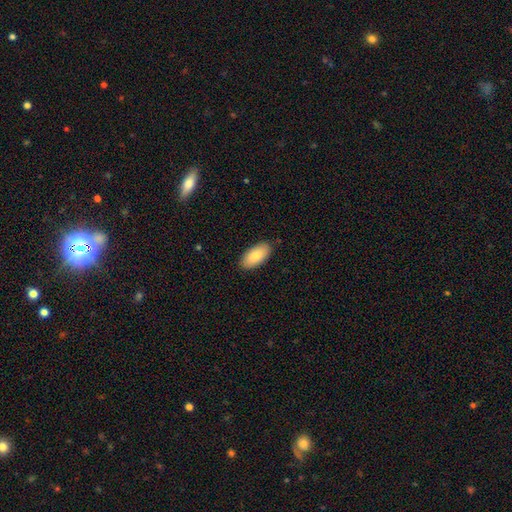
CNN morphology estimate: This is clearly a smooth galaxy (86%). How rounded: clearly in between (94%). Merging: clearly none (87%).